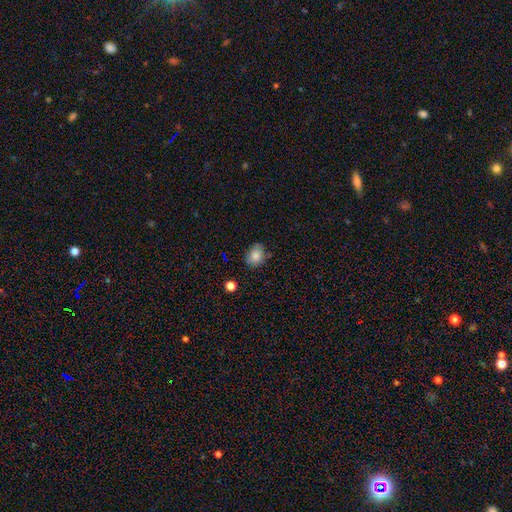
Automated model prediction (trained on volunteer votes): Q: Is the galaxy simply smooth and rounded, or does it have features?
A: smooth — 83%.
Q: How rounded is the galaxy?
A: in between — 50%.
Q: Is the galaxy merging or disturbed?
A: none — 75%.